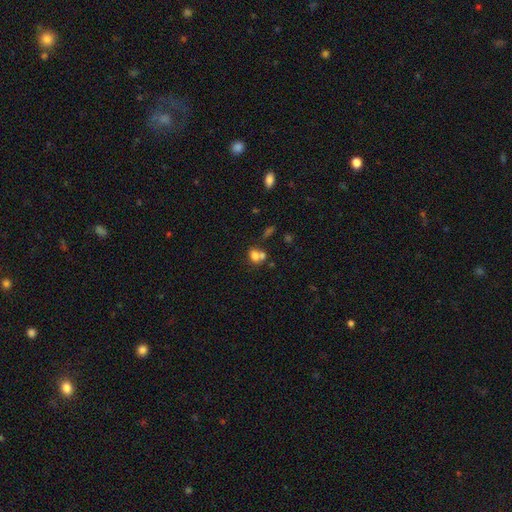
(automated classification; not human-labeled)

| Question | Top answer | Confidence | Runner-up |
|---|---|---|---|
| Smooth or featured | smooth | 72% | featured or disk (14%) |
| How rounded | round | 50% | in between (49%) |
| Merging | merger | 51% | none (35%) |